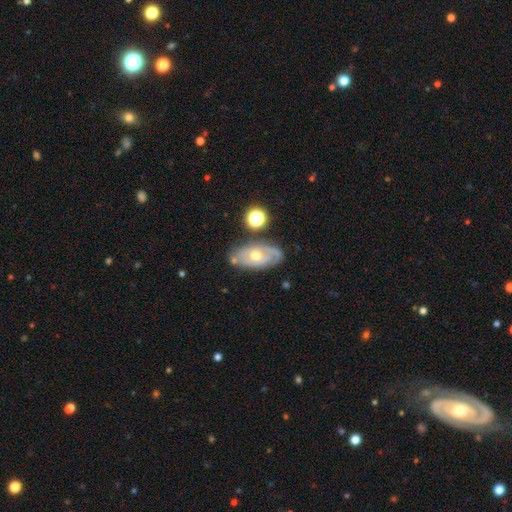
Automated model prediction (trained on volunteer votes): A featured or disk galaxy (73%) with no bar (77%), spiral arms (72%) and a moderate central bulge (75%). Merging: none (69%).